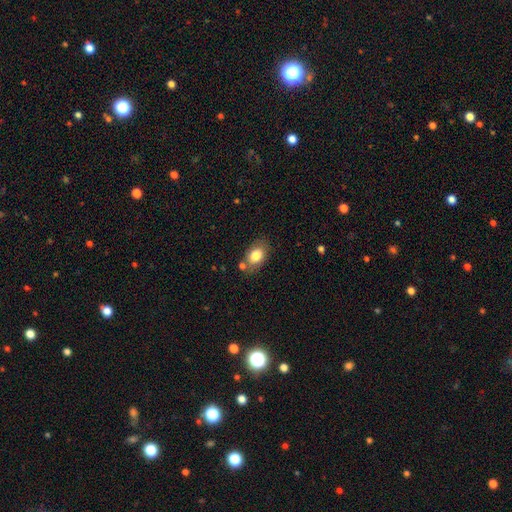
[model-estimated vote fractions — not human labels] Smooth or featured?
  - smooth: 79% *
  - featured or disk: 12%
  - star or artifact: 8%
How rounded?
  - in between: 81% *
  - round: 18%
  - cigar-shaped: 1%
Merging?
  - none: 71% *
  - minor disturbance: 15%
  - merger: 9%
  - major disturbance: 4%